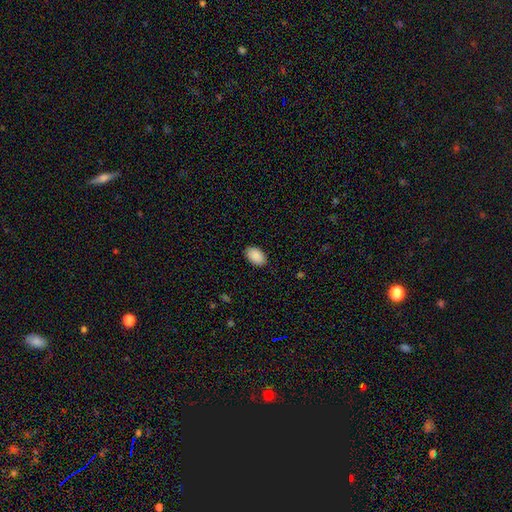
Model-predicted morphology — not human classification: Overall: smooth (91%). How rounded: in between (91%). Merging: none (88%).